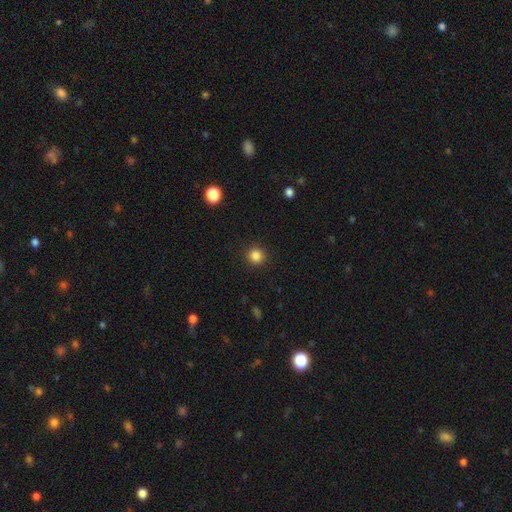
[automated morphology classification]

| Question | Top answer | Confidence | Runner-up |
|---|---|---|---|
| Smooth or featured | smooth | 85% | star or artifact (11%) |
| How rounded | round | 94% | in between (5%) |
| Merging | none | 92% | minor disturbance (5%) |